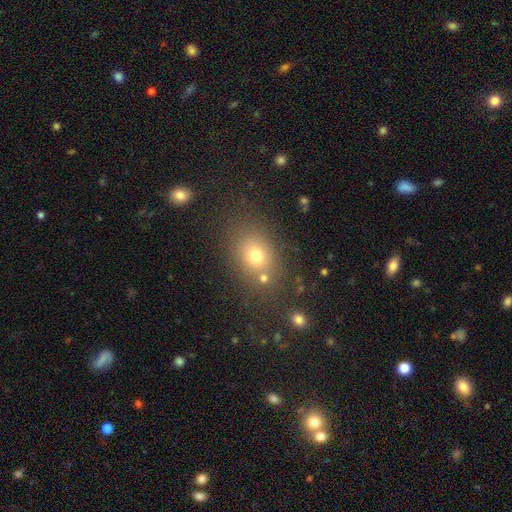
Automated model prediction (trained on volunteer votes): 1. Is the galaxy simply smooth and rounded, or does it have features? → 71% smooth, 17% star or artifact, 12% featured or disk.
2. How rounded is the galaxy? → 54% in between, 44% round, 1% cigar-shaped.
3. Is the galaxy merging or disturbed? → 71% none, 12% minor disturbance, 12% merger, 5% major disturbance.